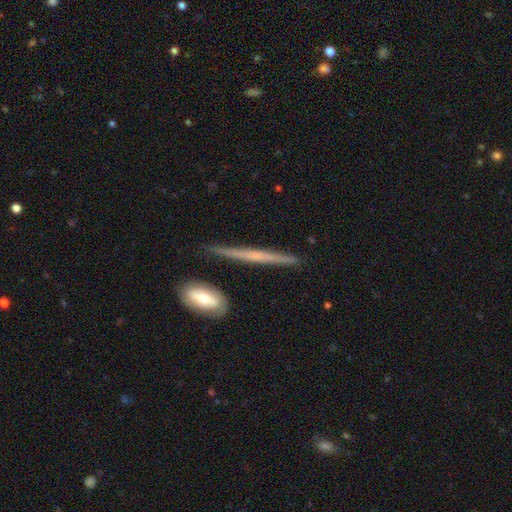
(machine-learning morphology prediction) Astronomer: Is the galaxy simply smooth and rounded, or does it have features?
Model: featured or disk — 58% (runner-up: smooth, 36%).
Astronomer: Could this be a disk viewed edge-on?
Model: yes — 96%.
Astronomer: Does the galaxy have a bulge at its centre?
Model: none — 72%.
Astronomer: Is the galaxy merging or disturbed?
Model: none — 86%.